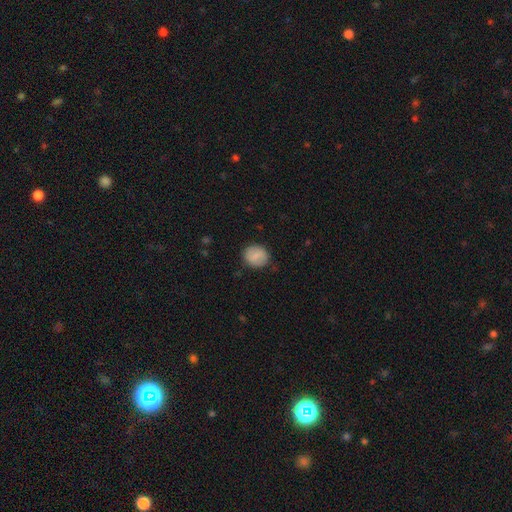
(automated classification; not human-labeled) Smooth or featured?
  - smooth: 79% *
  - featured or disk: 14%
  - star or artifact: 7%
How rounded?
  - round: 70% *
  - in between: 28%
  - cigar-shaped: 1%
Merging?
  - none: 85% *
  - minor disturbance: 11%
  - major disturbance: 3%
  - merger: 1%